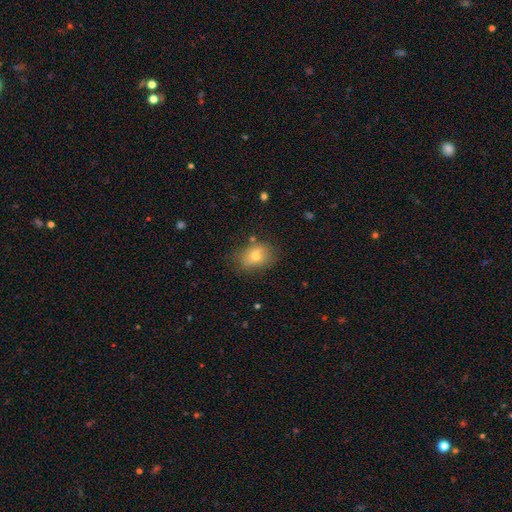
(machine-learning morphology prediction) Smooth or featured?
  - smooth: 74% *
  - featured or disk: 16%
  - star or artifact: 10%
How rounded?
  - in between: 70% *
  - round: 29%
  - cigar-shaped: 1%
Merging?
  - none: 72% *
  - minor disturbance: 19%
  - major disturbance: 5%
  - merger: 3%